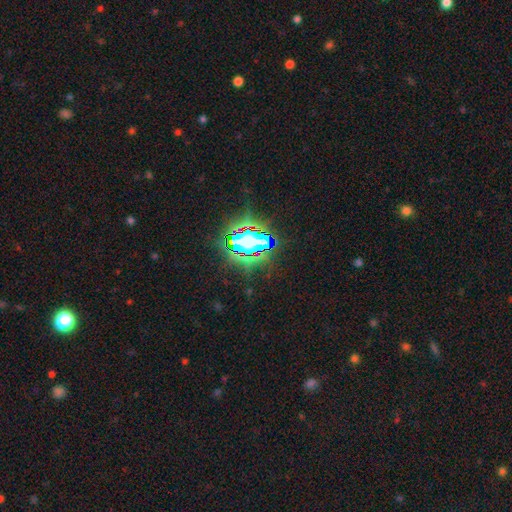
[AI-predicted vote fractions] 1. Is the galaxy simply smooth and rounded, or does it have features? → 82% star or artifact, 11% smooth, 7% featured or disk.